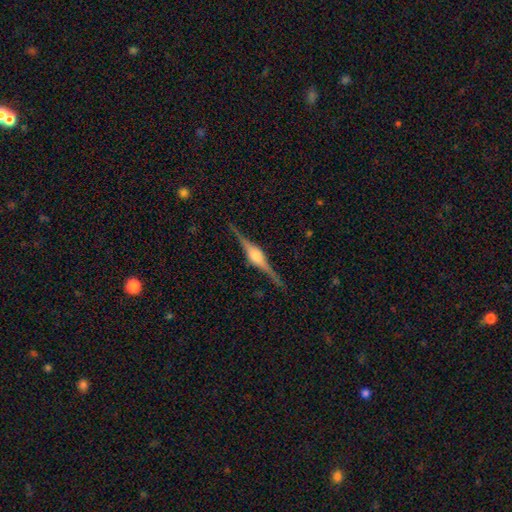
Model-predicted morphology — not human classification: Smooth or featured?
  - featured or disk: 87% *
  - smooth: 7%
  - star or artifact: 6%
Edge-on disk?
  - yes: 98% *
  - no: 2%
Edge-on bulge?
  - rounded: 81% *
  - boxy: 17%
  - none: 2%
Merging?
  - none: 88% *
  - minor disturbance: 9%
  - major disturbance: 2%
  - merger: 1%